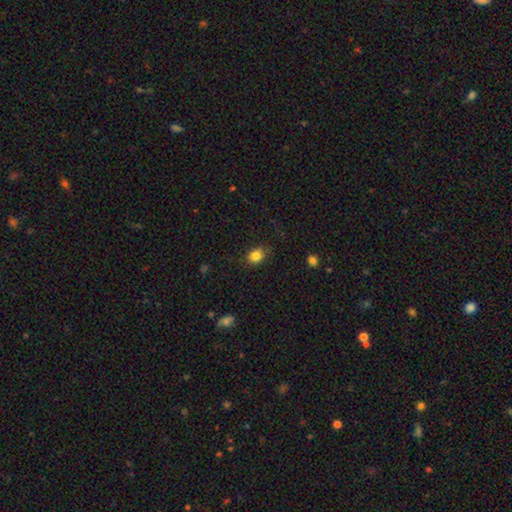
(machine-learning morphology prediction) Smooth or featured? Predicted: smooth (p=0.83). How rounded? Predicted: round (p=0.51). Merging? Predicted: none (p=0.77).